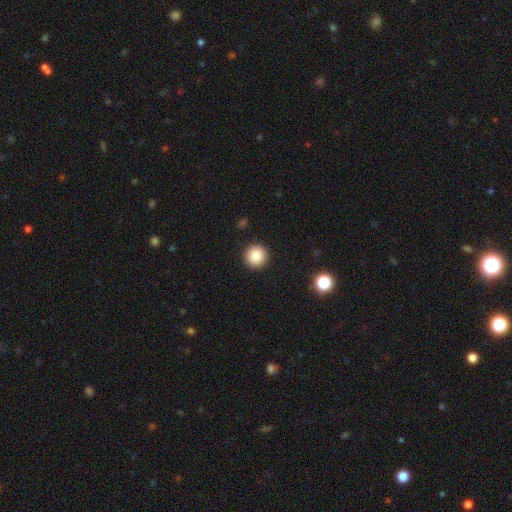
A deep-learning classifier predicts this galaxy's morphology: Q: Smooth or featured?
A: smooth (85%); runner-up: star or artifact (10%)
Q: How rounded?
A: round (96%); runner-up: in between (3%)
Q: Merging?
A: none (93%); runner-up: minor disturbance (5%)